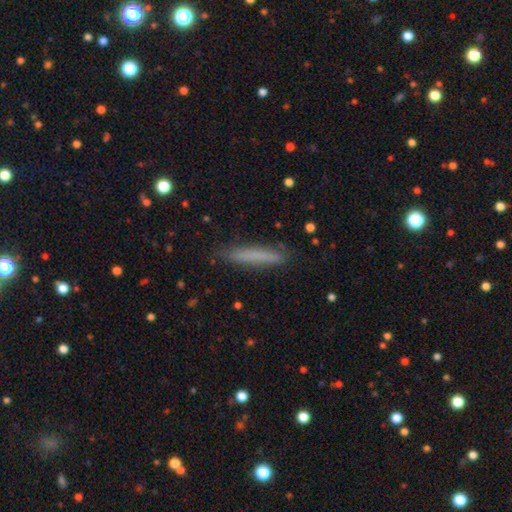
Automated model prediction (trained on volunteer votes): Smooth or featured? smooth (73%)
How rounded? cigar-shaped (93%)
Merging? none (85%)